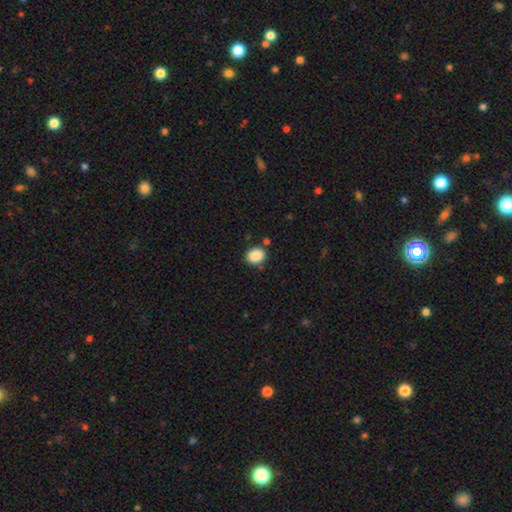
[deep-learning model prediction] Smooth or featured: smooth — 88% (star or artifact — 8%)
How rounded: round — 58% (in between — 41%)
Merging: none — 82% (minor disturbance — 10%)